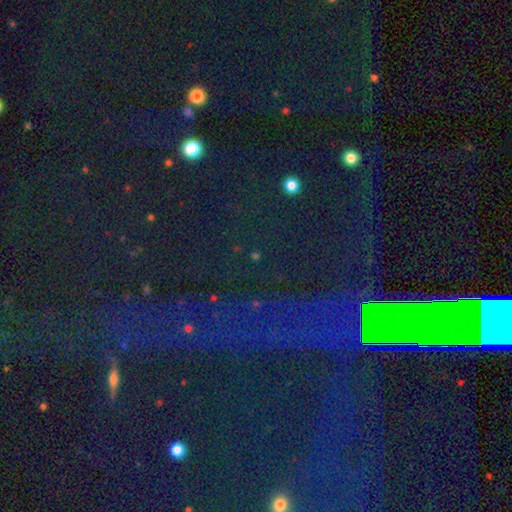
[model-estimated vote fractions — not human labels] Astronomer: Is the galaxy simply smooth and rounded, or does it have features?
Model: star or artifact — 75%.